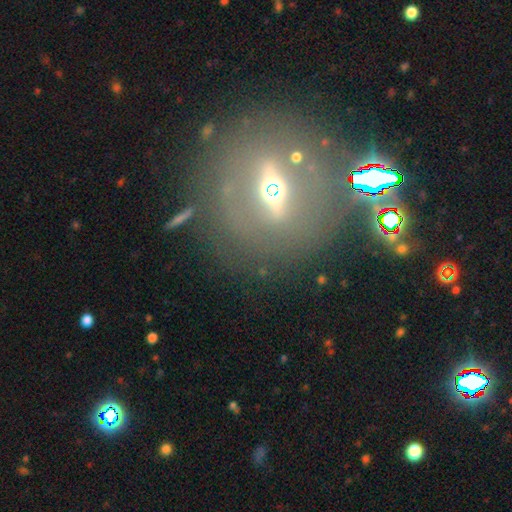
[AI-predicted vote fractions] smooth-or-featured: featured or disk: 62% | smooth: 20% | star or artifact: 18%
  disk-edge-on: no: 55% | yes: 45%
  merging: none: 74% | minor disturbance: 12% | major disturbance: 9% | merger: 5%